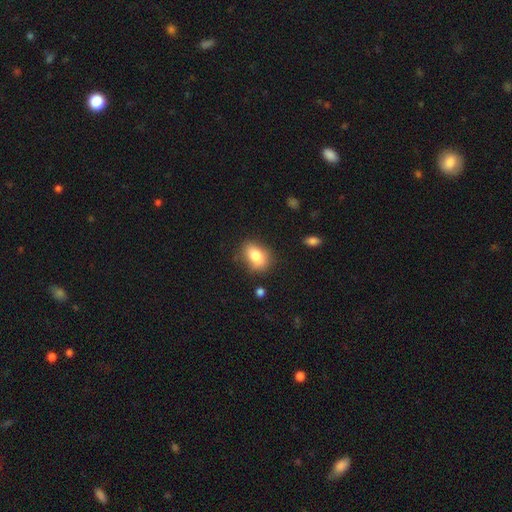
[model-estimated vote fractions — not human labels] smooth-or-featured: smooth: 82% | featured or disk: 9% | star or artifact: 8%
  how-rounded: in between: 82% | round: 17% | cigar-shaped: 2%
  merging: none: 76% | minor disturbance: 17% | major disturbance: 4% | merger: 2%